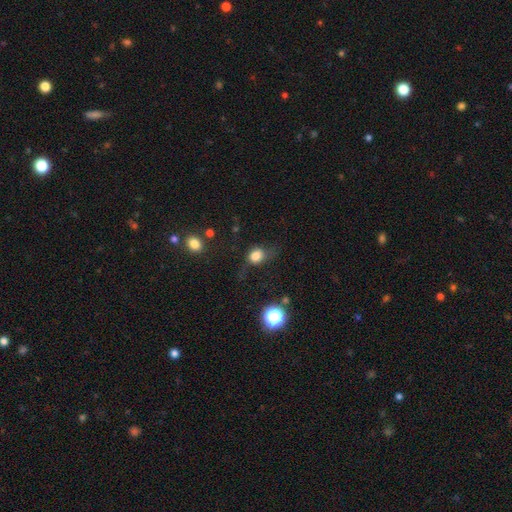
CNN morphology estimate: The model was most divided on "how rounded": round: 61%, in between: 37%, cigar-shaped: 2%. More confident: smooth or featured — smooth (76%); merging — none (50%).